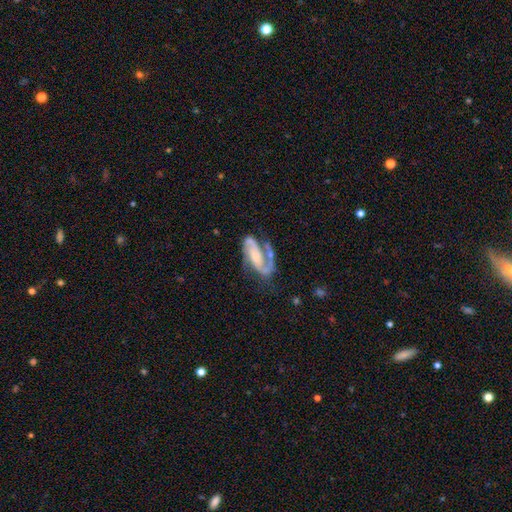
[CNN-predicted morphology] This appears to be a featured or disk galaxy (86%) with no bar (42%), 2 (84%) medium (51%) spiral arms (96%) and a small central bulge (37%). Merging: none (53%).